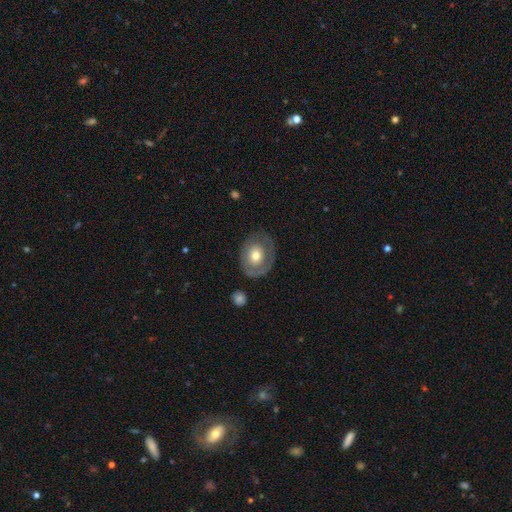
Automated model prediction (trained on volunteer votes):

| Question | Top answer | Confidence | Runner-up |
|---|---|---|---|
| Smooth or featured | smooth | 53% | featured or disk (41%) |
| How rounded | in between | 51% | round (48%) |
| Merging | none | 72% | minor disturbance (17%) |